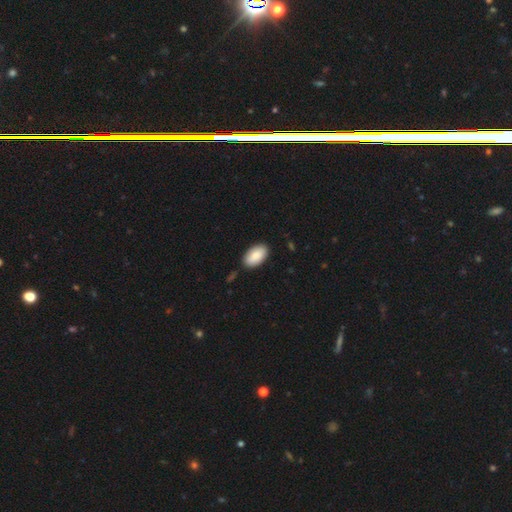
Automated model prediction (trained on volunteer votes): Smooth or featured: smooth — 87% (featured or disk — 8%)
How rounded: in between — 95% (round — 3%)
Merging: none — 86% (minor disturbance — 11%)